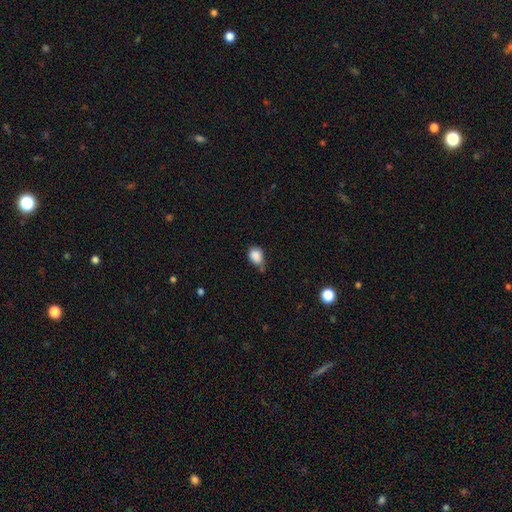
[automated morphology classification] smooth 85%, star or artifact 9%, featured or disk 5%. Down the decision tree: how rounded — in between (56%); merging — none (42%).